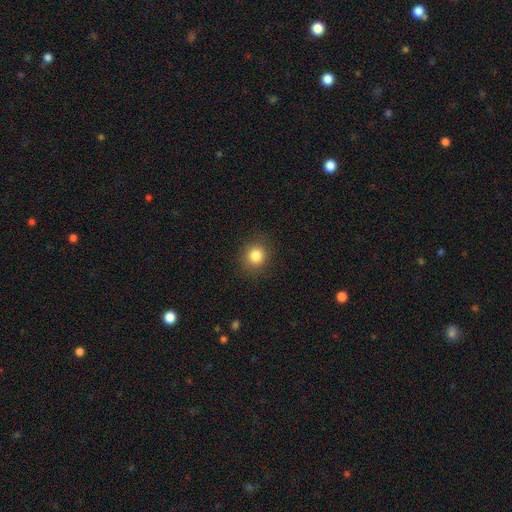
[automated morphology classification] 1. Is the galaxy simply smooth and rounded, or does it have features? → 83% smooth, 11% star or artifact, 6% featured or disk.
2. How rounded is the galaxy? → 79% round, 21% in between, 1% cigar-shaped.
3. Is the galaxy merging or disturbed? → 88% none, 8% minor disturbance, 3% major disturbance, 1% merger.